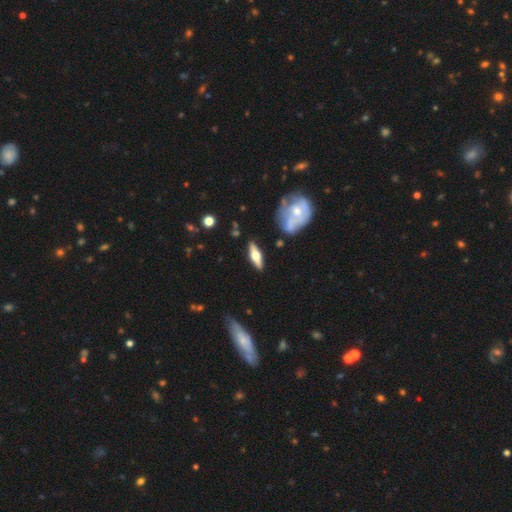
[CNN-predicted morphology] This appears to be a featured or disk galaxy (61%) viewed edge-on (92%) with a rounded central bulge (93%). Merging: none (86%).